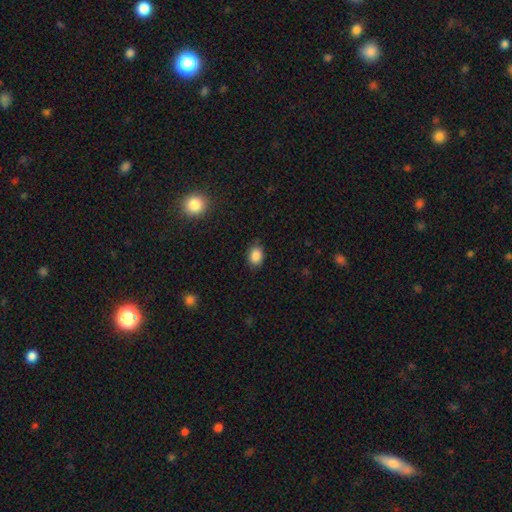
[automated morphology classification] smooth 87%, star or artifact 9%, featured or disk 4%. Down the decision tree: how rounded — in between (68%); merging — none (84%).